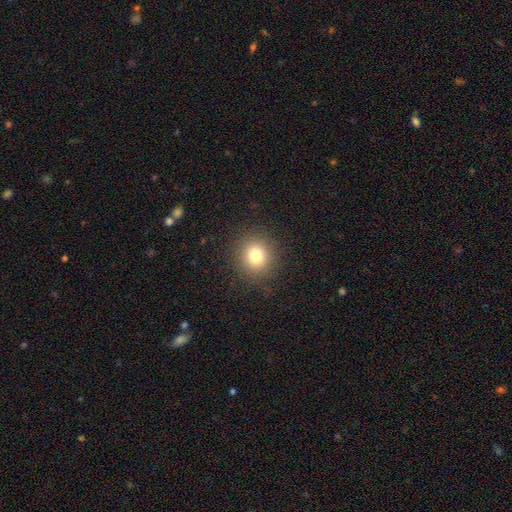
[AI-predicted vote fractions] Smooth or featured: smooth — 78% (star or artifact — 13%)
How rounded: round — 89% (in between — 10%)
Merging: none — 89% (minor disturbance — 7%)